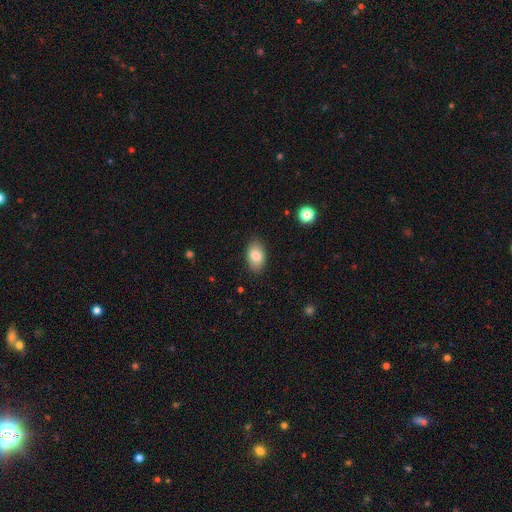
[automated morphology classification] Smooth or featured: smooth — 82% (featured or disk — 11%)
How rounded: in between — 91% (round — 8%)
Merging: none — 86% (minor disturbance — 11%)